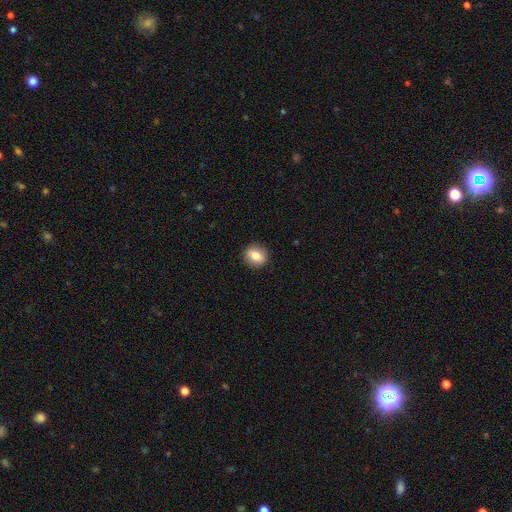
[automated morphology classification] Smooth or featured: smooth — 79% (featured or disk — 12%)
How rounded: round — 80% (in between — 19%)
Merging: none — 91% (minor disturbance — 6%)